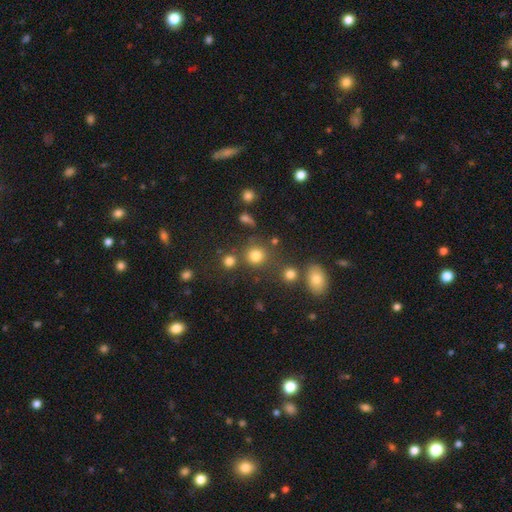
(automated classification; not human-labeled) Overall: smooth (79%). How rounded: round (89%). Merging: none (75%).